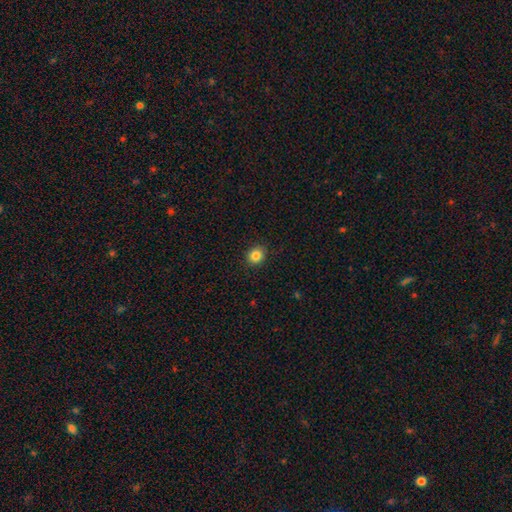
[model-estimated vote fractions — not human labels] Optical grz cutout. It shows a smooth galaxy with no disk features (84%) that is round (76%). Merging: none (90%).